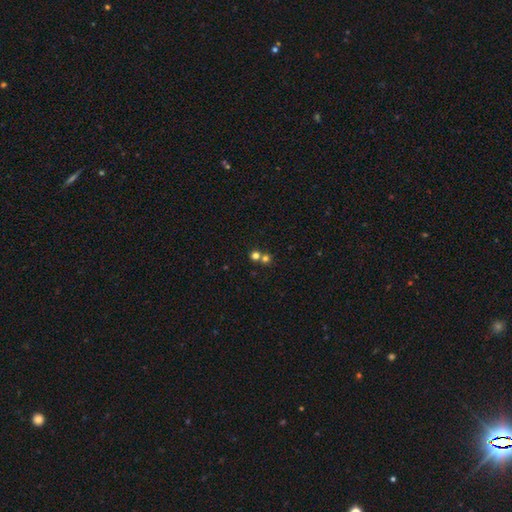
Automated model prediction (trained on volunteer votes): smooth 70%, star or artifact 21%, featured or disk 10%. Down the decision tree: how rounded — round (89%); merging — none (53%).